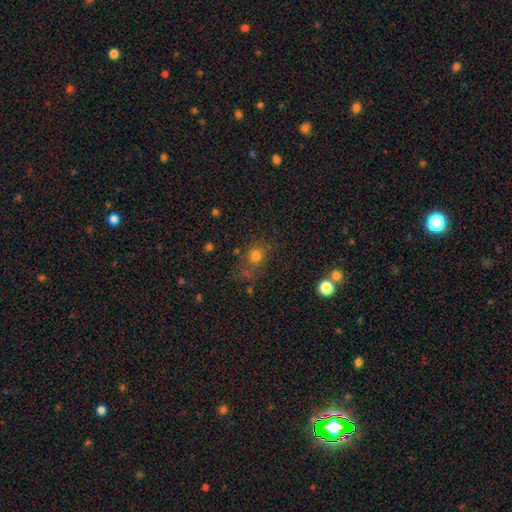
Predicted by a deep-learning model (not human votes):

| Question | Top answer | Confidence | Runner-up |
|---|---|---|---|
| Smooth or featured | smooth | 74% | star or artifact (18%) |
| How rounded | round | 75% | in between (24%) |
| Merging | none | 68% | minor disturbance (16%) |